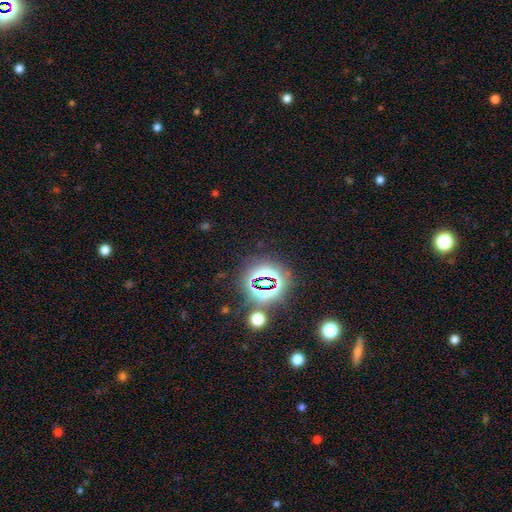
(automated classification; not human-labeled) Smooth or featured?
  - star or artifact: 80% *
  - smooth: 11%
  - featured or disk: 9%